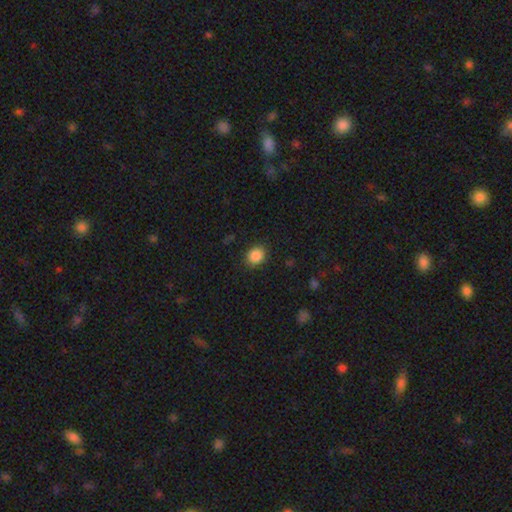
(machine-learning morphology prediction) Overall: smooth (88%). How rounded: round (59%; in between 41%). Merging: none (88%).